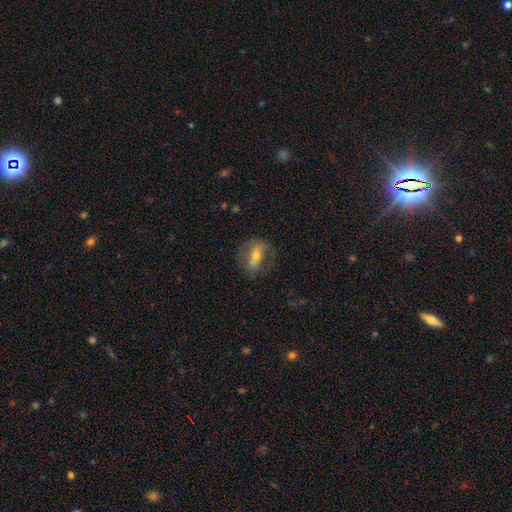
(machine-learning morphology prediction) Smooth or featured? featured or disk (56%)
Edge-on disk? no (81%)
Merging? none (69%)